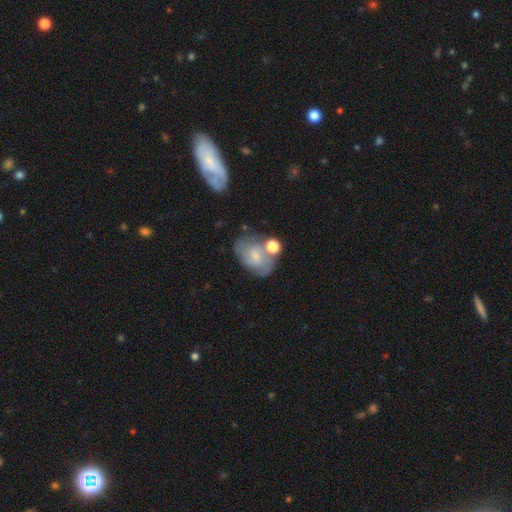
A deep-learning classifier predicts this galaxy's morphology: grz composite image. It shows a featured or disk galaxy (47%). Merging: none (48%).